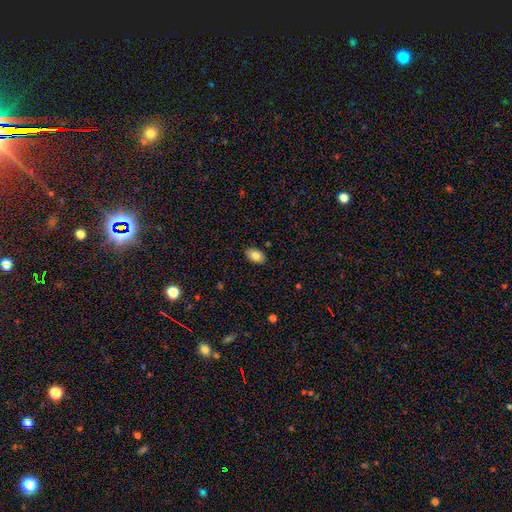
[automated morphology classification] smooth_or_featured: smooth (p=0.83) [alt: featured or disk p=0.10]
how_rounded: in between (p=0.90) [alt: round p=0.09]
merging: none (p=0.85) [alt: minor disturbance p=0.11]